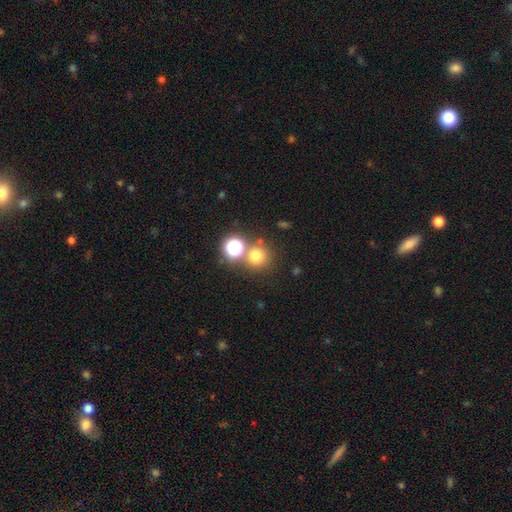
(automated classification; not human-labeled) Smooth or featured: smooth — 71% (star or artifact — 21%)
How rounded: round — 92% (in between — 7%)
Merging: none — 69% (merger — 20%)